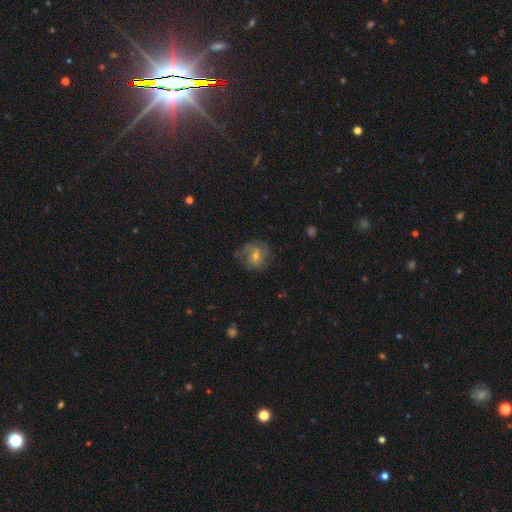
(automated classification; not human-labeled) Smooth or featured? Predicted: featured or disk (p=0.51). Edge-on disk? Predicted: no (p=0.97). Merging? Predicted: none (p=0.67).